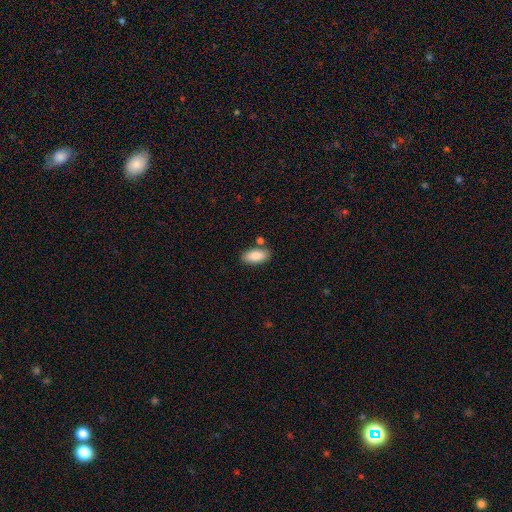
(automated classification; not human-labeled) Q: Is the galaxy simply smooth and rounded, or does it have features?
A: smooth — 87%.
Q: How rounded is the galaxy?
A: in between — 90%.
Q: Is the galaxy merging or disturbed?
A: none — 78%.